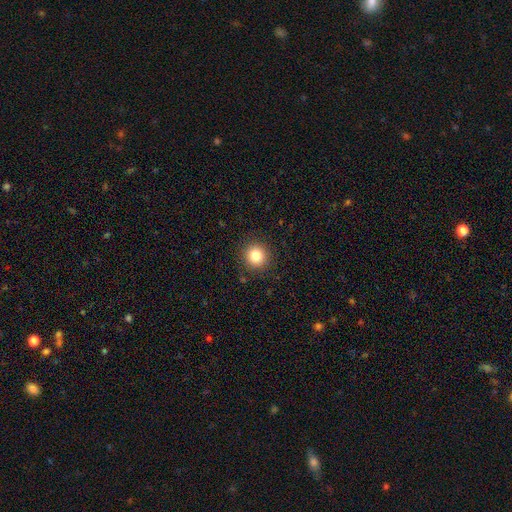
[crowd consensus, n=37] This appears to be a smooth galaxy with no disk features (78%) that is round (90%). Merging: none (81%).